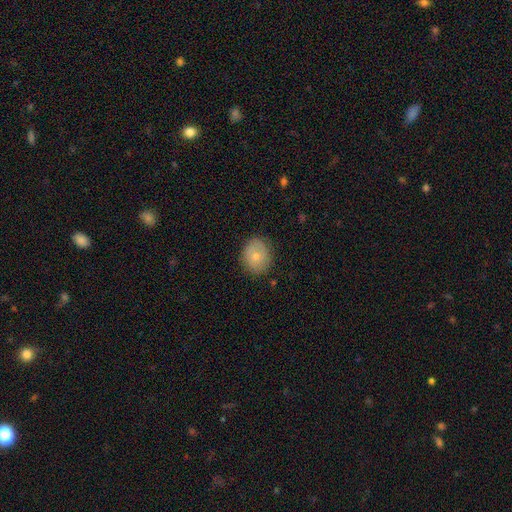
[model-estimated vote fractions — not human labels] Smooth or featured? smooth (73%)
How rounded? round (66%)
Merging? none (80%)